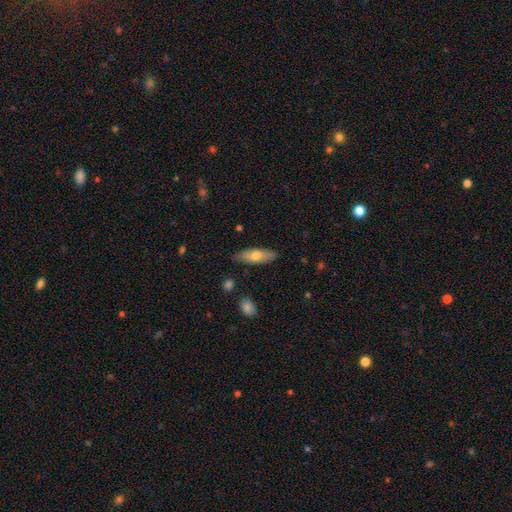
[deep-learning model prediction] Smooth or featured: smooth — 65% (featured or disk — 28%)
How rounded: in between — 54% (cigar-shaped — 44%)
Merging: none — 84% (minor disturbance — 12%)